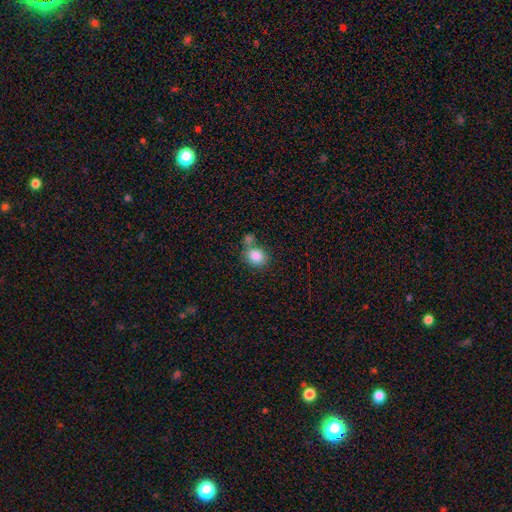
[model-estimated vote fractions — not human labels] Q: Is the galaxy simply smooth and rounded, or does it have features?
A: smooth — 85%.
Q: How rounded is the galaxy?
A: round — 67%.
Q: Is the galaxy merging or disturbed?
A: none — 58%.